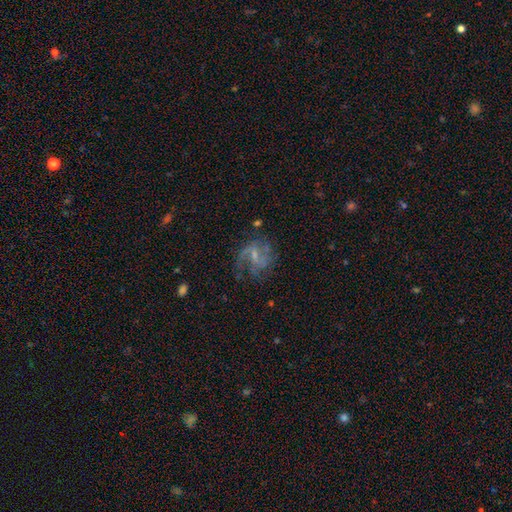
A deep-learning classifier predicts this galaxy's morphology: Smooth or featured? Predicted: featured or disk (p=0.76). Edge-on disk? Predicted: no (p=0.98). Bar? Predicted: weak (p=0.54). Spiral arms? Predicted: yes (p=0.89). Spiral winding? Predicted: medium (p=0.46). Spiral arm count? Predicted: 2 (p=0.51). Bulge size? Predicted: small (p=0.57). Merging? Predicted: none (p=0.55).